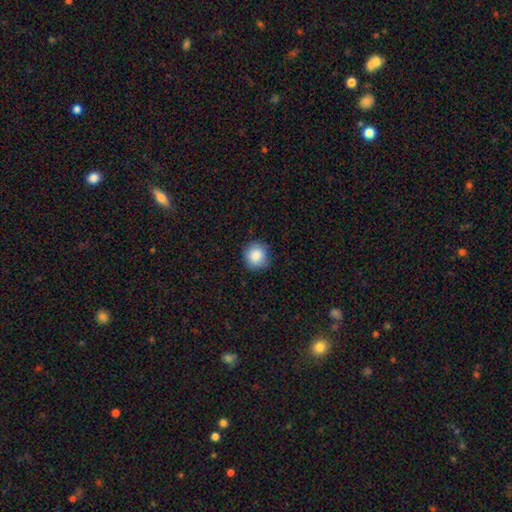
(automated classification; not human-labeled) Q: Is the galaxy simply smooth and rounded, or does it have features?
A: smooth — 86%.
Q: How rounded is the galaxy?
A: round — 91%.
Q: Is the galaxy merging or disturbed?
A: none — 87%.